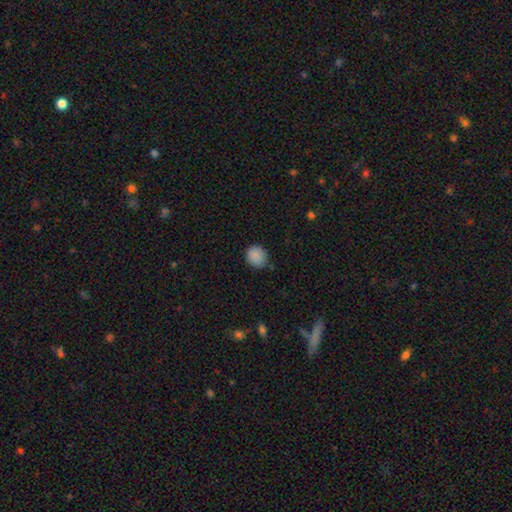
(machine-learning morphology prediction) A smooth galaxy with no disk features (88%) that is round (84%). Merging: none (82%).